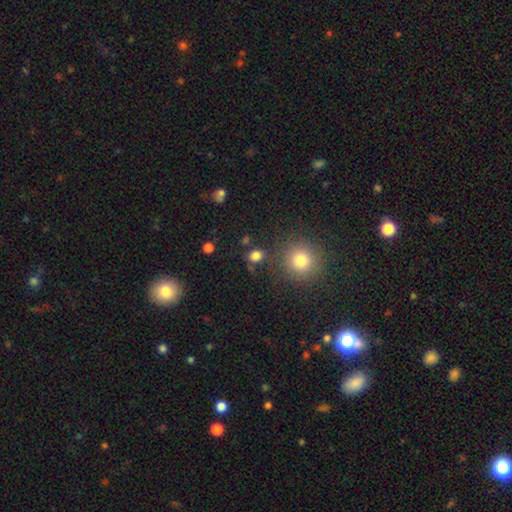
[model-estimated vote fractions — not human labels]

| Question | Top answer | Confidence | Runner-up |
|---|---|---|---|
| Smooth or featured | smooth | 79% | star or artifact (16%) |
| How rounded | round | 69% | in between (30%) |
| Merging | none | 79% | minor disturbance (10%) |